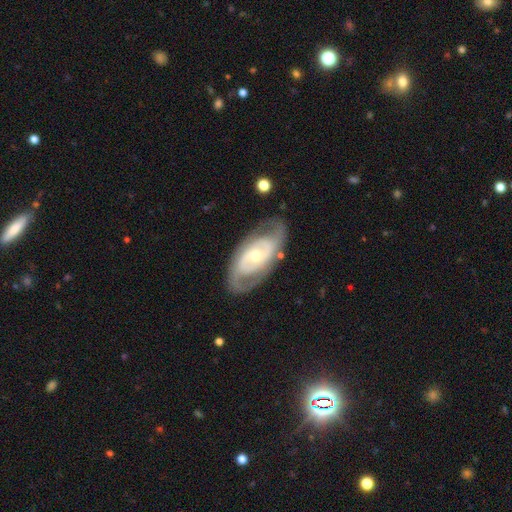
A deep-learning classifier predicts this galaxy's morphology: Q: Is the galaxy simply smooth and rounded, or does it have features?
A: featured or disk — 82%.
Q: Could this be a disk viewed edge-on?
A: no — 93%.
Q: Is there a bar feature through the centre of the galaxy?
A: no — 62%.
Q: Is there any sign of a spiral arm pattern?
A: yes — 80%.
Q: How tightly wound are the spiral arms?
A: tight — 49%.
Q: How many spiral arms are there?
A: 2 — 71%.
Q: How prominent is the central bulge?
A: moderate — 50%.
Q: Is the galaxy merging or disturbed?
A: none — 76%.